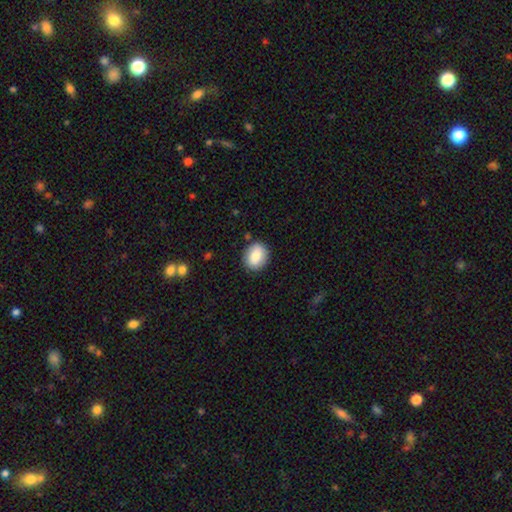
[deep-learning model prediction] This is clearly a smooth galaxy (81%). How rounded: likely round (61%). Merging: clearly none (86%).